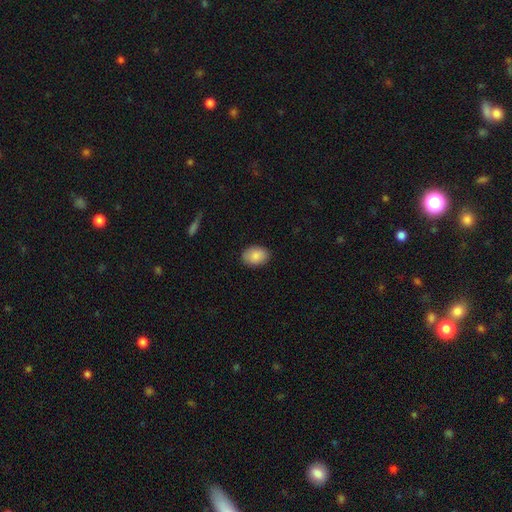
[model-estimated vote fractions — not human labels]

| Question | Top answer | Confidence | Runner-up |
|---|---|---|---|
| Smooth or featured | smooth | 88% | star or artifact (7%) |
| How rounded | in between | 82% | round (17%) |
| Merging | none | 87% | minor disturbance (10%) |